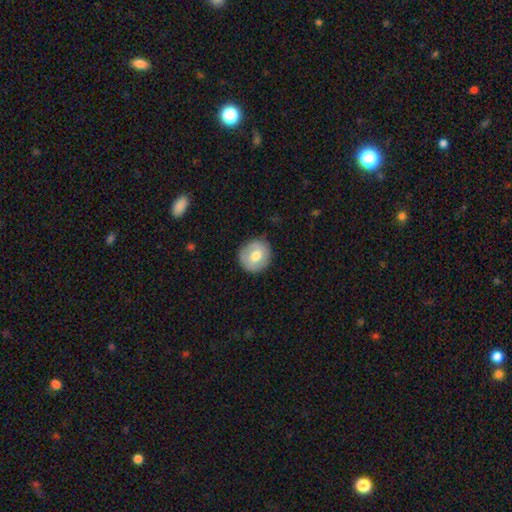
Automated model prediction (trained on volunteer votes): The model was most divided on "smooth or featured": smooth: 66%, featured or disk: 27%, star or artifact: 7%. More confident: how rounded — round (87%); merging — none (84%).